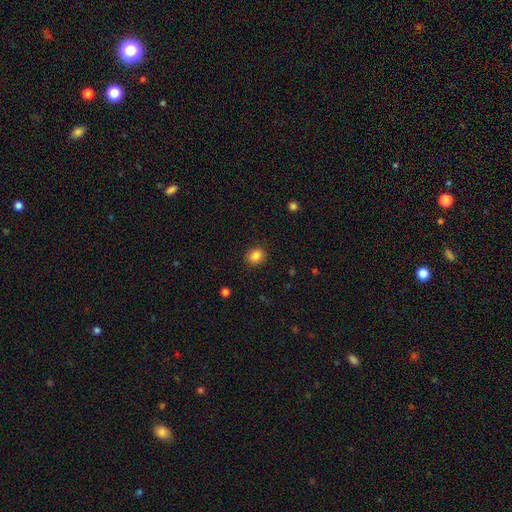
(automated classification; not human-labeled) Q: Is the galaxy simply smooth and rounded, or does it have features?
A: smooth — 85%.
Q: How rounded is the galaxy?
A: round — 72%.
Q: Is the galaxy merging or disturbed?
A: none — 89%.